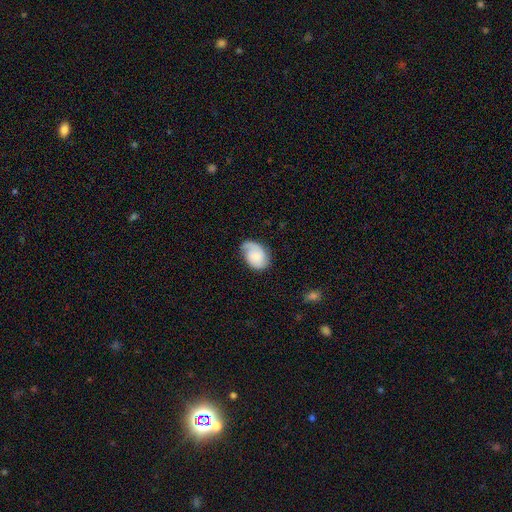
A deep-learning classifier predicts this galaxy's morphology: type=featured or disk (50%); edge-on=no (97%); merging=none (55%).